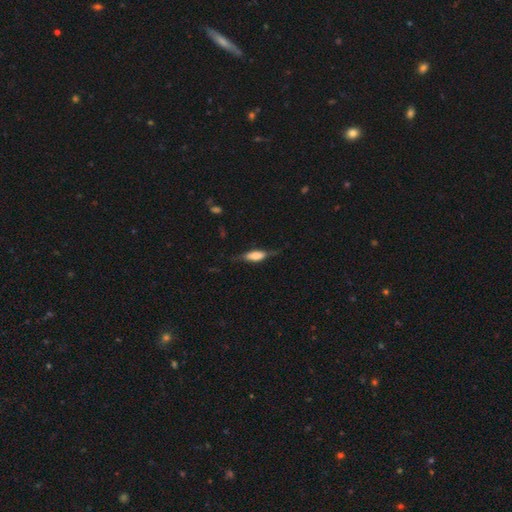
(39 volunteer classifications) smooth-or-featured: smooth: 56% | featured or disk: 36% | star or artifact: 8%
  how-rounded: in between: 82% | cigar-shaped: 14% | round: 5%
  merging: none: 81% | major disturbance: 14% | minor disturbance: 6% | merger: 0%